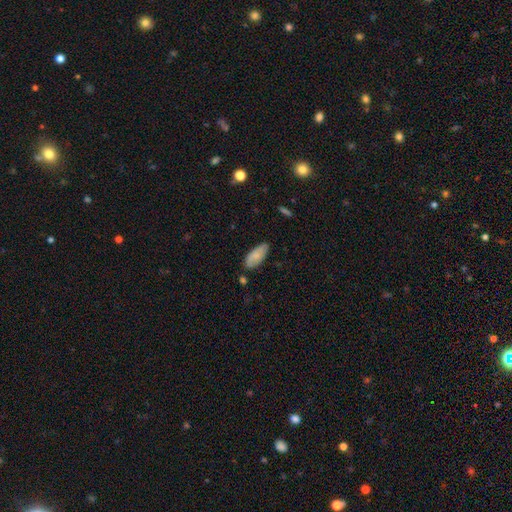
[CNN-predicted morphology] Smooth or featured?
  - smooth: 78% *
  - featured or disk: 16%
  - star or artifact: 6%
How rounded?
  - in between: 86% *
  - cigar-shaped: 12%
  - round: 2%
Merging?
  - none: 76% *
  - minor disturbance: 19%
  - major disturbance: 3%
  - merger: 2%